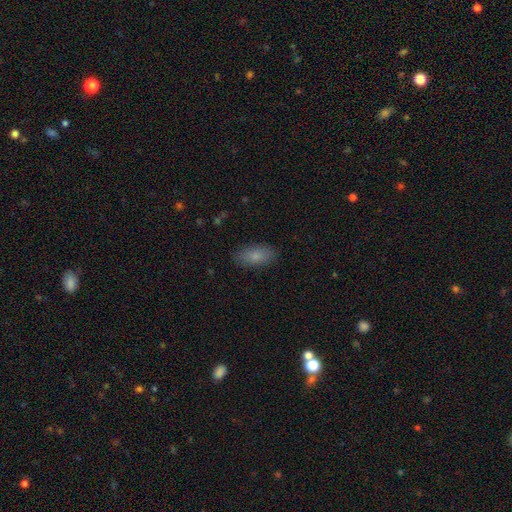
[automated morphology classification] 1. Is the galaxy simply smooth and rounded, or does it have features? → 82% smooth, 10% featured or disk, 7% star or artifact.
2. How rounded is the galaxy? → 87% in between, 10% cigar-shaped, 3% round.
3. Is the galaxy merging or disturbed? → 86% none, 10% minor disturbance, 3% major disturbance, 1% merger.